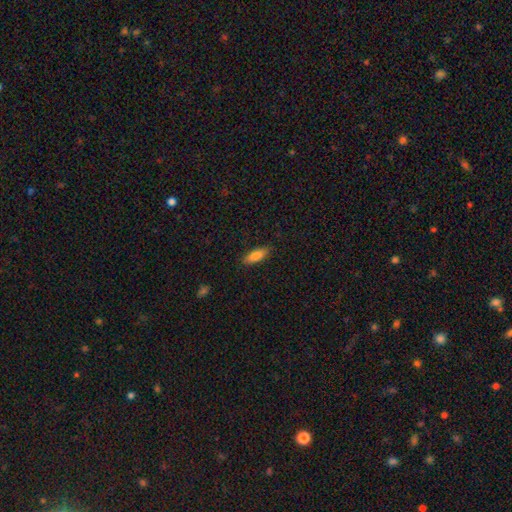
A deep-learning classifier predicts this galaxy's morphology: This is clearly a smooth galaxy (80%). How rounded: possibly in between (59%). Merging: clearly none (87%).